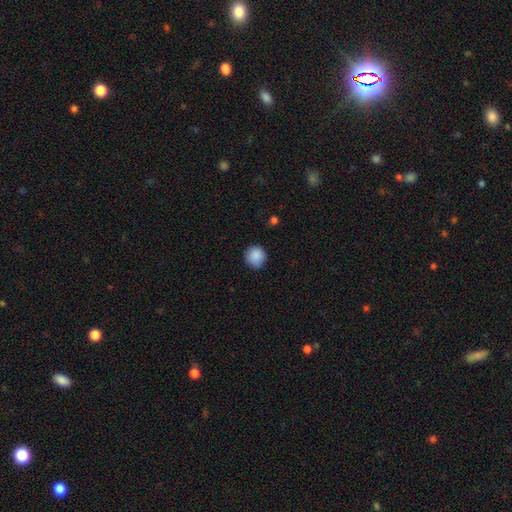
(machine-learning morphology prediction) Smooth or featured? Predicted: smooth (p=0.89). How rounded? Predicted: round (p=0.91). Merging? Predicted: none (p=0.85).